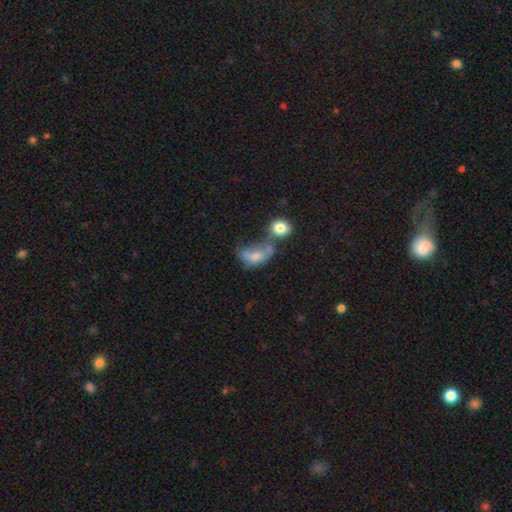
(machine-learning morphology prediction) Smooth or featured? smooth (63%)
How rounded? in between (81%)
Merging? merger (49%)